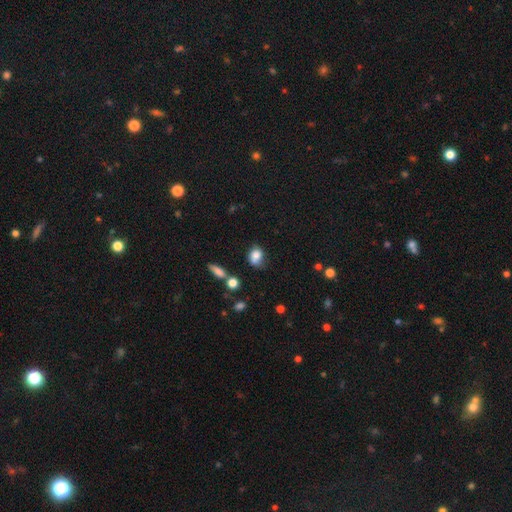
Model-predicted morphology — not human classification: A smooth galaxy with no disk features (81%) that is in between round and cigar-shaped (62%). Merging: none (53%).